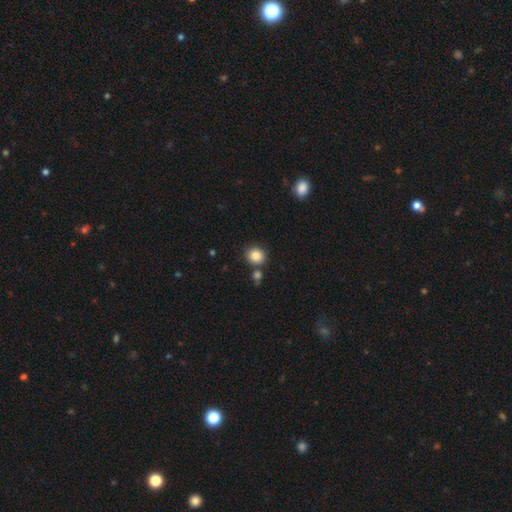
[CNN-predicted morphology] smooth 85%, star or artifact 9%, featured or disk 5%. Down the decision tree: how rounded — round (81%); merging — none (76%).